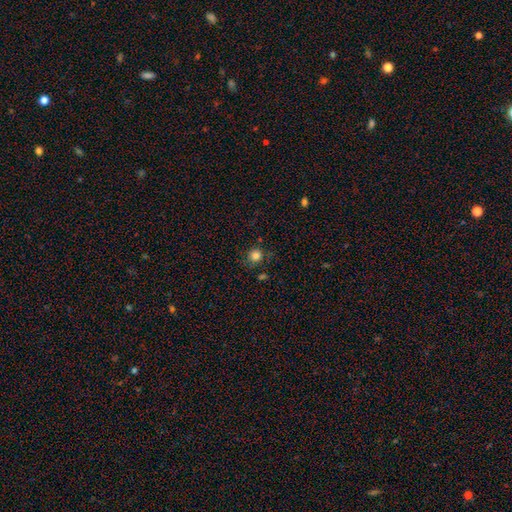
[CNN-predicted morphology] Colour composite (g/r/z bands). It shows a smooth galaxy with no disk features (82%) that is round (90%). Merging: none (80%).